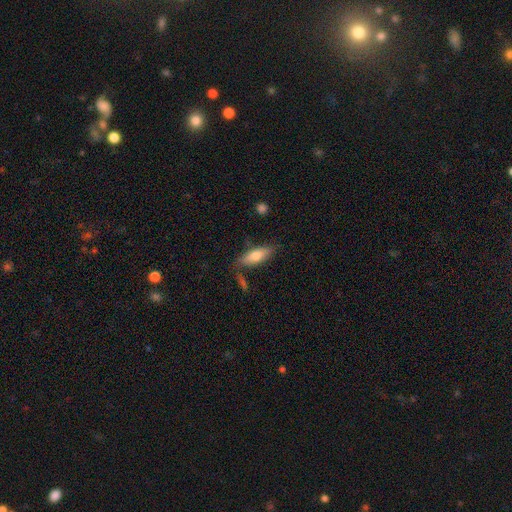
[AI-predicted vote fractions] The model was most divided on "how rounded": in between: 57%, cigar-shaped: 41%, round: 2%. More confident: merging — none (74%); smooth or featured — smooth (70%).